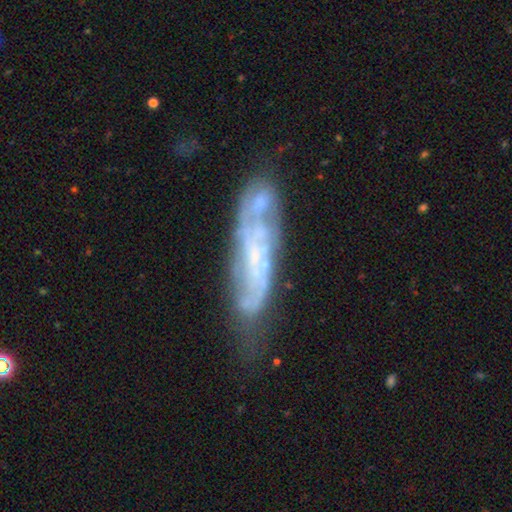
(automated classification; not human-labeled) smooth-or-featured: featured or disk: 70% | smooth: 21% | star or artifact: 8%
  disk-edge-on: no: 74% | yes: 26%
    bar: no: 62% | weak: 28% | strong: 10%
    has-spiral-arms: yes: 74% | no: 26%
    bulge-size: small: 59% | none: 26% | moderate: 13% | large: 1% | dominant: 1%
  merging: none: 57% | minor disturbance: 24% | major disturbance: 11% | merger: 8%